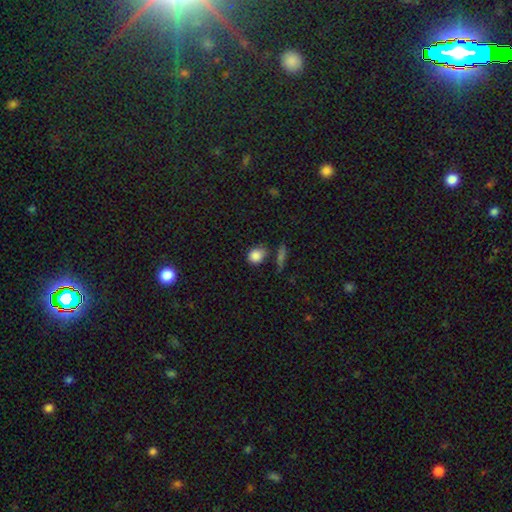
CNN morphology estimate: A smooth galaxy with no disk features (85%) that is round (62%).

Vote fractions:
- Smooth or featured? smooth: 85% / star or artifact: 10% / featured or disk: 5%
- How rounded? round: 62% / in between: 36% / cigar-shaped: 2%
- Merging? none: 68% / minor disturbance: 18% / merger: 9% / major disturbance: 5%